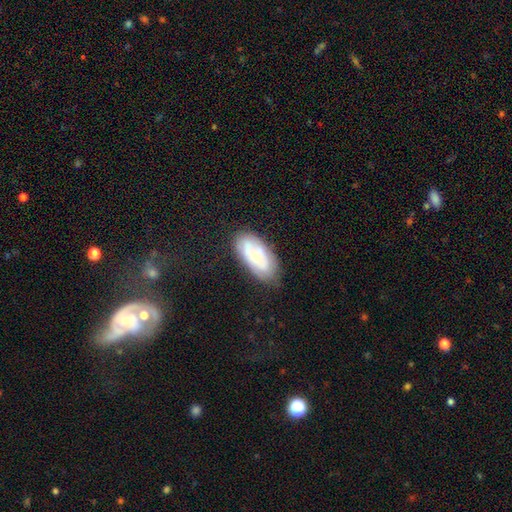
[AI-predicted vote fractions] Smooth or featured? Predicted: featured or disk (p=0.53). Edge-on disk? Predicted: no (p=0.89). Merging? Predicted: none (p=0.77).